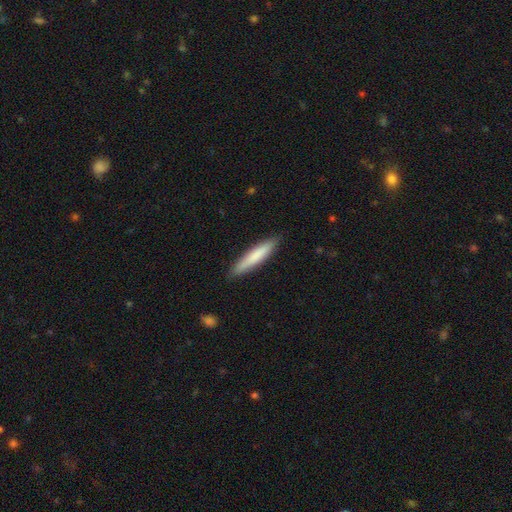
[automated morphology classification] Smooth or featured? Predicted: smooth (p=0.77). How rounded? Predicted: cigar-shaped (p=0.90). Merging? Predicted: none (p=0.89).